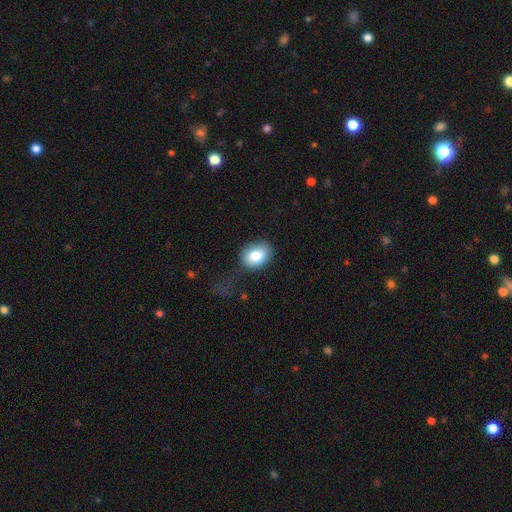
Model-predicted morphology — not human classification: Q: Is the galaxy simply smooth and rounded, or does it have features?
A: smooth — 81%.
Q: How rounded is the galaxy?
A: in between — 61%.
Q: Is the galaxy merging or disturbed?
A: none — 68%.